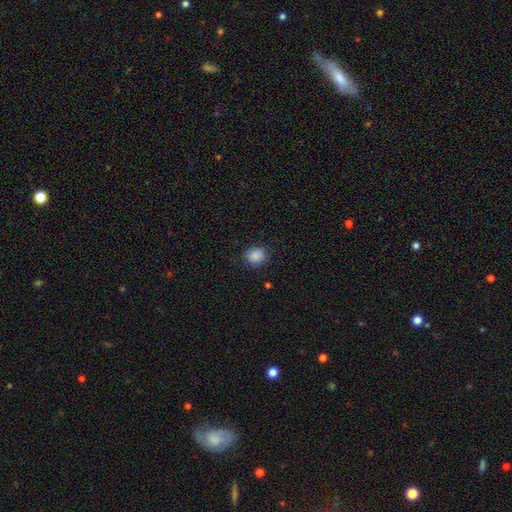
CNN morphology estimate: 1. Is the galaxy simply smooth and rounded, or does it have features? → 87% smooth, 10% star or artifact, 4% featured or disk.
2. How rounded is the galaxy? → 73% round, 26% in between, 1% cigar-shaped.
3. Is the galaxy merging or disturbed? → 84% none, 12% minor disturbance, 3% major disturbance, 1% merger.